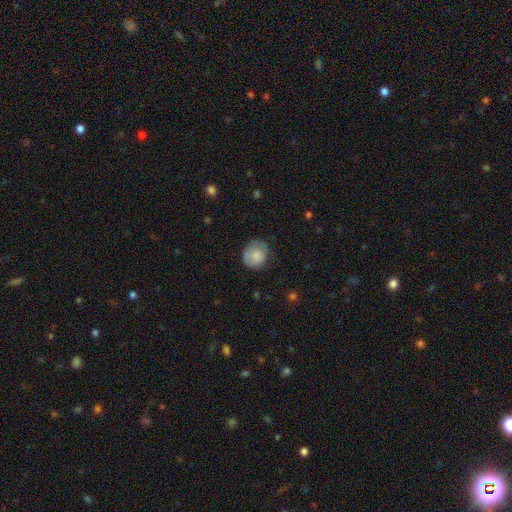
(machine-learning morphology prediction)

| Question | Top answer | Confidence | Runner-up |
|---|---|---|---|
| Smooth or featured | smooth | 80% | featured or disk (13%) |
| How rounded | round | 75% | in between (24%) |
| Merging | none | 68% | minor disturbance (24%) |